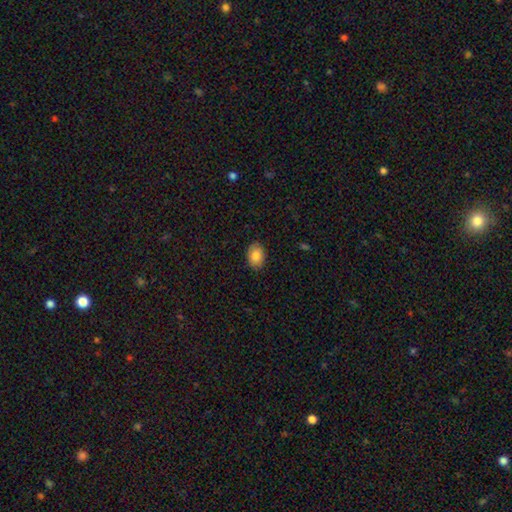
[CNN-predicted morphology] Smooth or featured?
  - smooth: 85% *
  - featured or disk: 7%
  - star or artifact: 7%
How rounded?
  - in between: 84% *
  - round: 15%
  - cigar-shaped: 1%
Merging?
  - none: 86% *
  - minor disturbance: 10%
  - major disturbance: 2%
  - merger: 1%